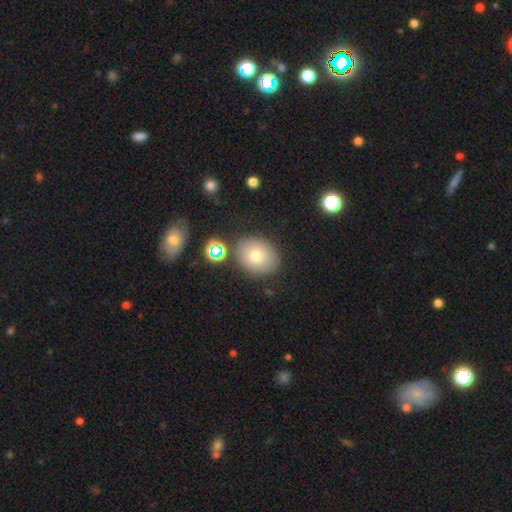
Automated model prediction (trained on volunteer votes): Smooth or featured?
  - smooth: 73% *
  - featured or disk: 14%
  - star or artifact: 13%
How rounded?
  - round: 57% *
  - in between: 42%
  - cigar-shaped: 1%
Merging?
  - none: 79% *
  - minor disturbance: 12%
  - merger: 5%
  - major disturbance: 4%